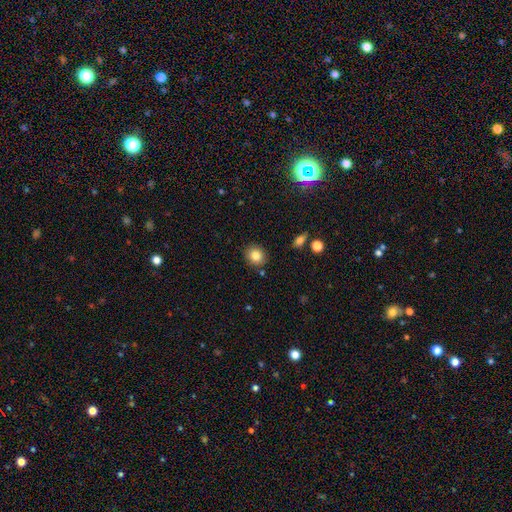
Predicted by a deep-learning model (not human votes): This is clearly a smooth galaxy (82%). How rounded: likely round (76%). Merging: clearly none (87%).